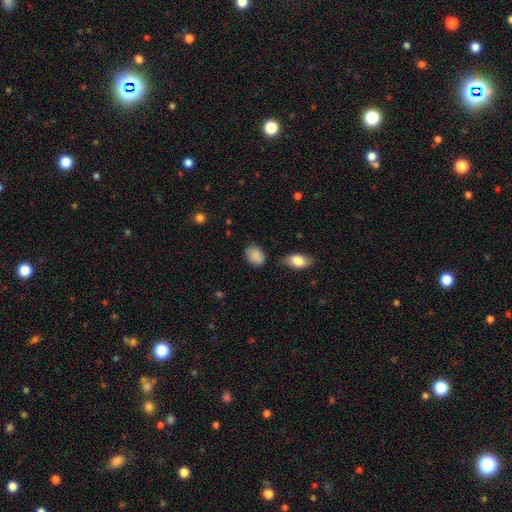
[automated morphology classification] Q: Smooth or featured?
A: smooth (87%); runner-up: star or artifact (8%)
Q: How rounded?
A: in between (74%); runner-up: round (25%)
Q: Merging?
A: none (67%); runner-up: minor disturbance (22%)